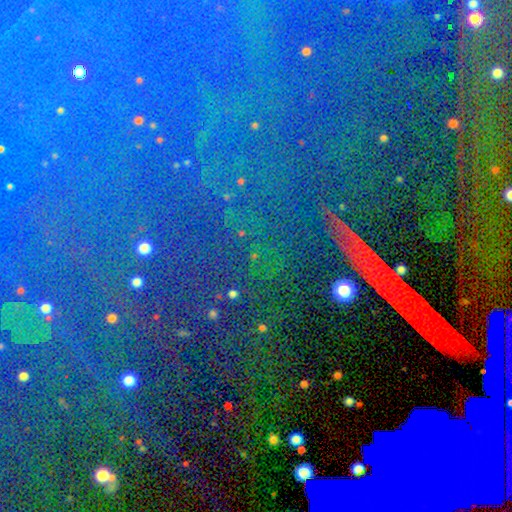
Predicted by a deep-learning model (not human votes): This is likely a star or artifact rather than a galaxy (73%).